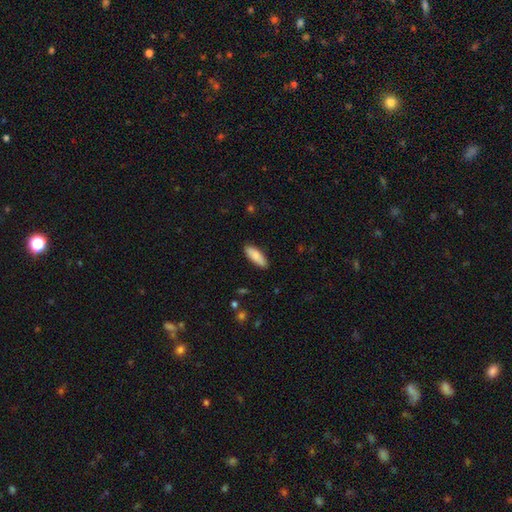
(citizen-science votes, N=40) Volunteers were most divided on "how rounded": in between: 72%, cigar-shaped: 28%, round: 0%. More confident: merging — none (82%); smooth or featured — smooth (80%).